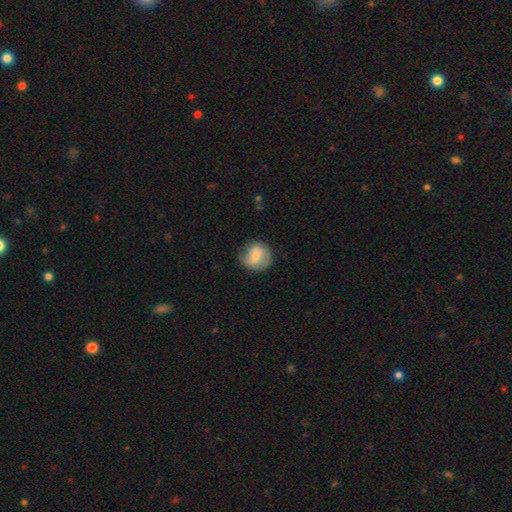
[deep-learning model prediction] Smooth or featured: smooth — 57% (featured or disk — 36%)
How rounded: round — 85% (in between — 14%)
Merging: none — 71% (minor disturbance — 20%)